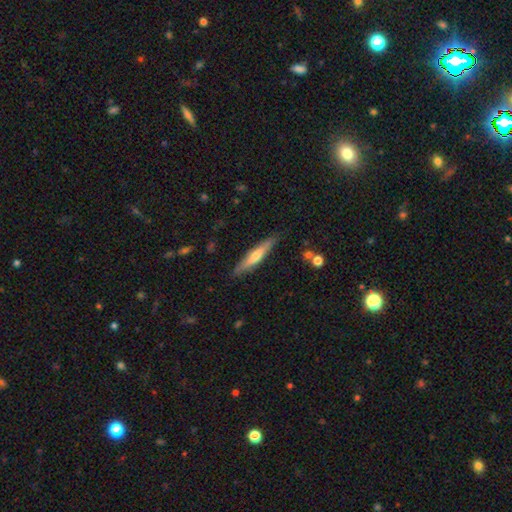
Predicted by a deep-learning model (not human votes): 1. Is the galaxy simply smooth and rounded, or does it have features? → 54% smooth, 40% featured or disk, 6% star or artifact.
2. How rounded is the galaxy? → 87% cigar-shaped, 12% in between, 1% round.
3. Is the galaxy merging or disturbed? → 83% none, 13% minor disturbance, 2% major disturbance, 2% merger.